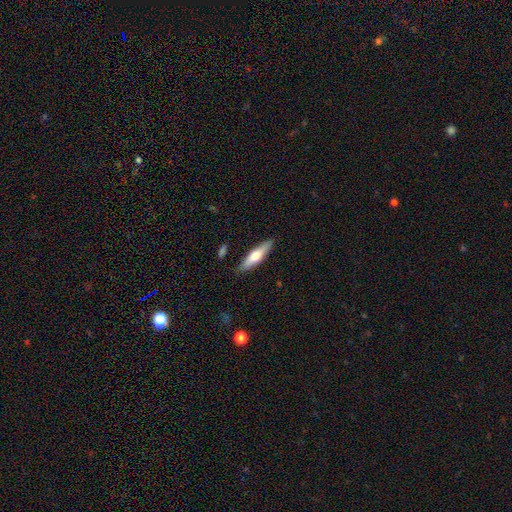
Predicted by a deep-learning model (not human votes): Overall: smooth (60%; featured or disk 35%). How rounded: cigar-shaped (67%; in between 31%). Merging: none (86%).